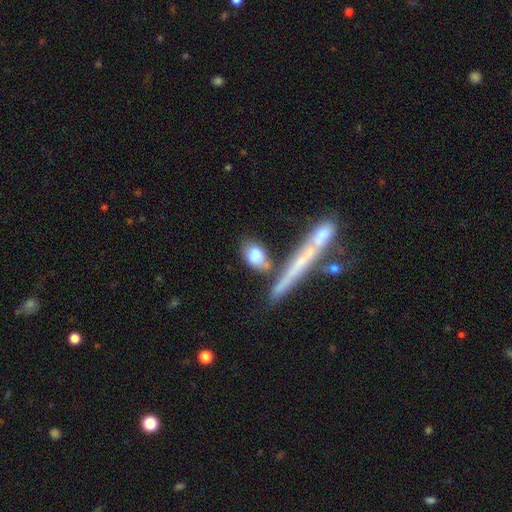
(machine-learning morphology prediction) This is likely a smooth galaxy (75%). How rounded: likely in between (71%). Merging: marginally none (45%).